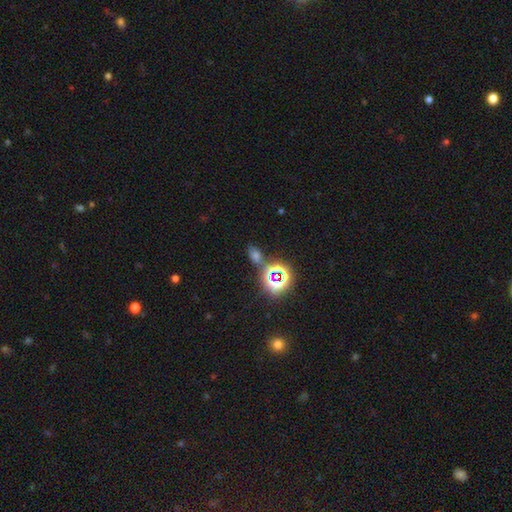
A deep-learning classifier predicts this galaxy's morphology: star or artifact 50%, smooth 41%, featured or disk 9%.